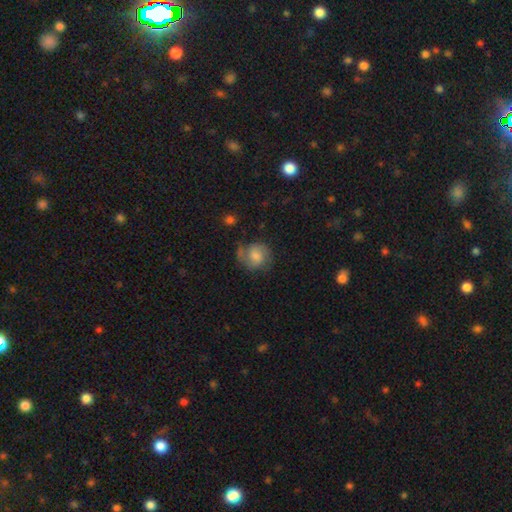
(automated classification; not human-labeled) This appears to be a featured or disk galaxy (46%). Merging: none (55%).